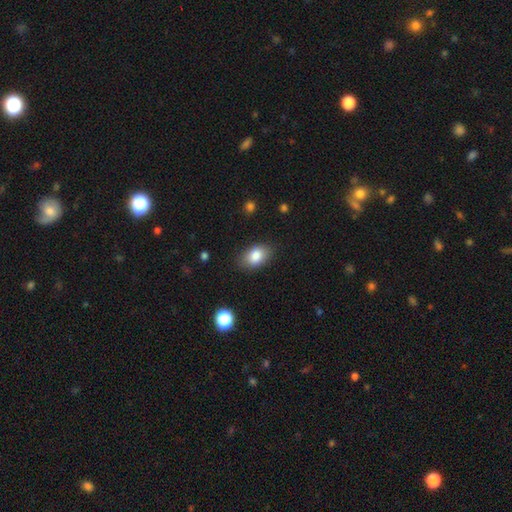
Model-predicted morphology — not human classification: Smooth or featured? smooth (84%)
How rounded? in between (87%)
Merging? none (83%)